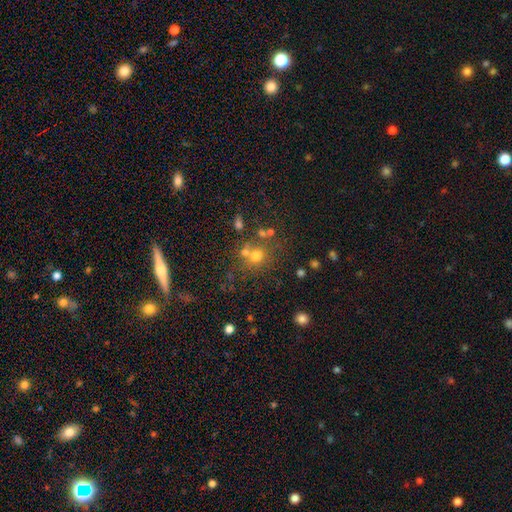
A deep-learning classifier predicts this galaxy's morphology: A smooth galaxy with no disk features (65%) that is round (80%). Merging: none (57%).